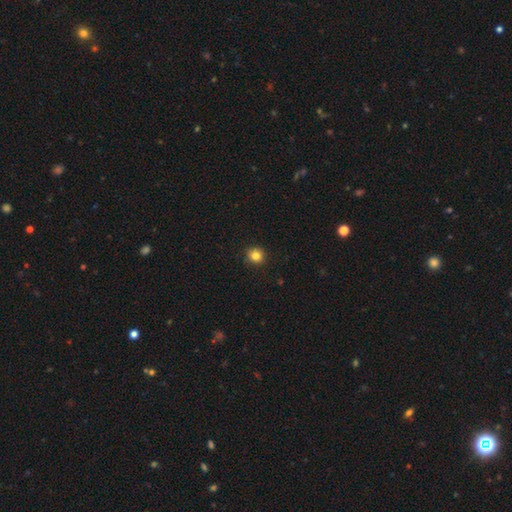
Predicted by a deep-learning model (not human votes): This appears to be a smooth galaxy with no disk features (83%) that is round (93%). Merging: none (92%).